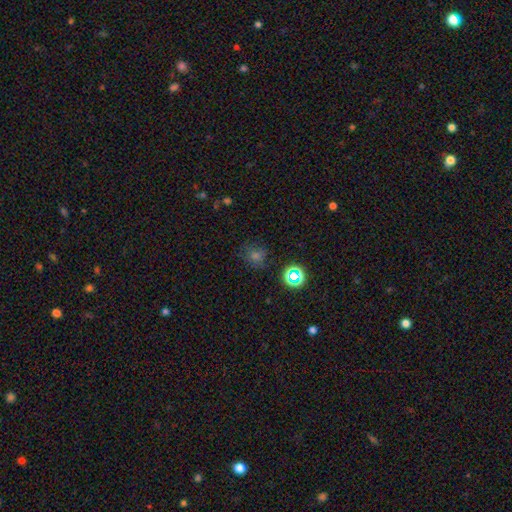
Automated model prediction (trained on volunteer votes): smooth 55%, star or artifact 36%, featured or disk 9%. Down the decision tree: how rounded — round (86%); merging — none (81%).